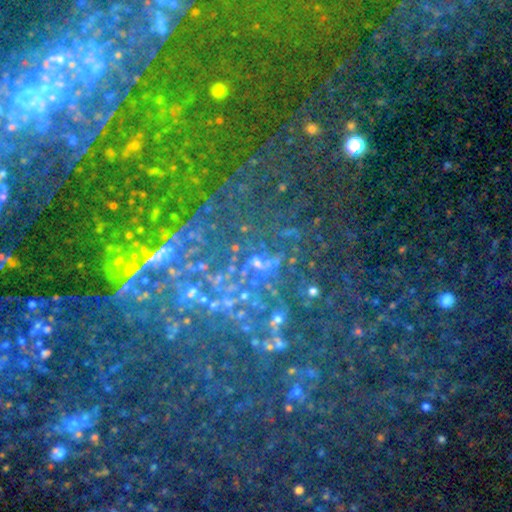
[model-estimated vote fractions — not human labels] Smooth or featured?
  - star or artifact: 47% *
  - featured or disk: 37%
  - smooth: 15%